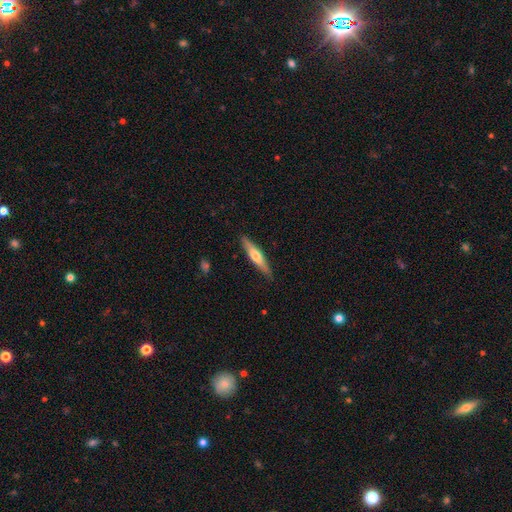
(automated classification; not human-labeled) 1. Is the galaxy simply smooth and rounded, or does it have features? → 47% smooth (tied), 47% featured or disk (tied), 5% star or artifact.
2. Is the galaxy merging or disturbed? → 87% none, 10% minor disturbance, 2% major disturbance, 1% merger.